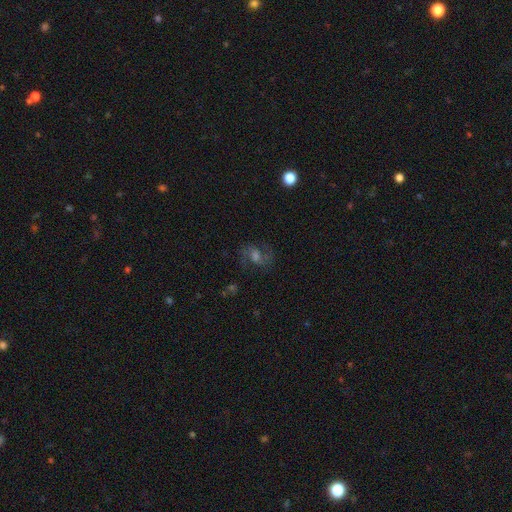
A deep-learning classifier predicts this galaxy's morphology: A featured or disk galaxy (67%) with a weak bar (52%), 2 (88%) medium (53%) spiral arms (93%) and a moderate central bulge (46%). Merging: none (75%).